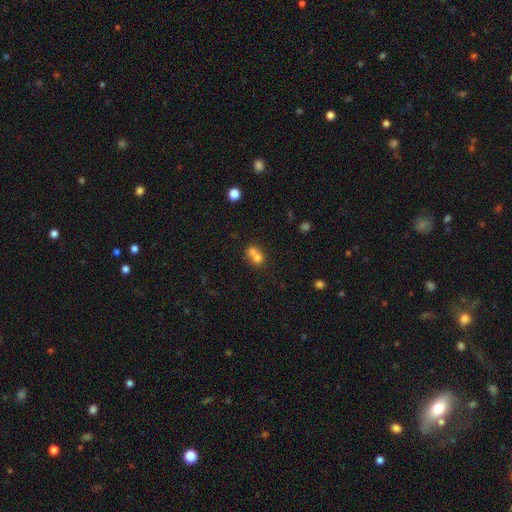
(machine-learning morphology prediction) This is likely a smooth galaxy (70%). How rounded: likely round (69%). Merging: likely merger (67%).